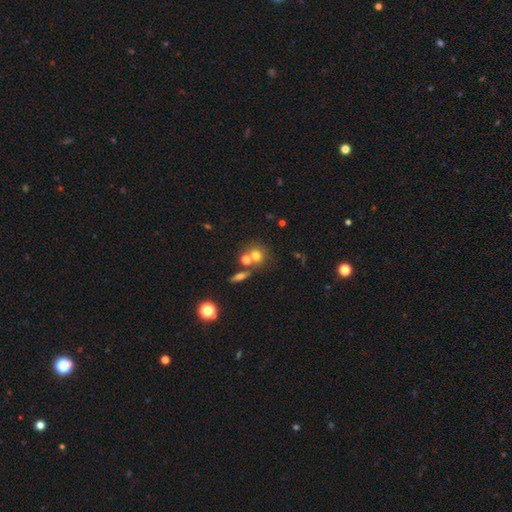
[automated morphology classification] Smooth or featured: smooth — 69% (featured or disk — 16%)
How rounded: round — 75% (in between — 23%)
Merging: none — 53% (merger — 32%)